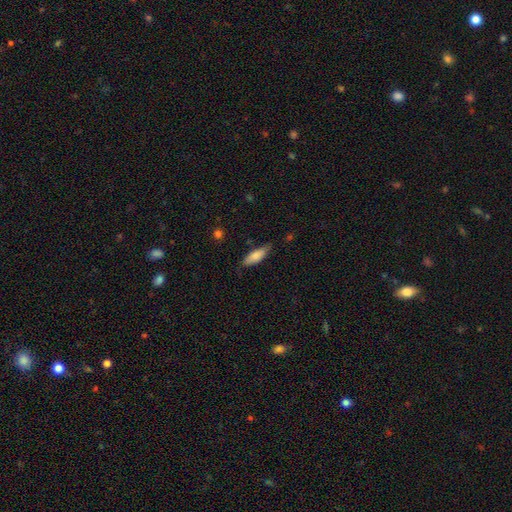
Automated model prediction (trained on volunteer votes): smooth-or-featured: smooth: 78% | featured or disk: 16% | star or artifact: 6%
  how-rounded: in between: 60% | cigar-shaped: 38% | round: 2%
  merging: none: 72% | minor disturbance: 22% | major disturbance: 4% | merger: 2%